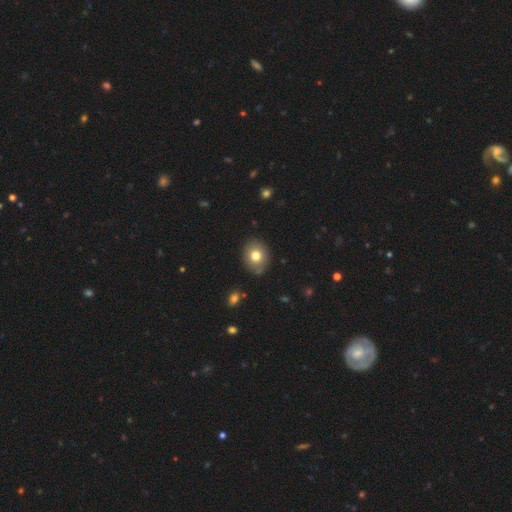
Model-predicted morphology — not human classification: Smooth or featured? smooth (77%)
How rounded? round (55%)
Merging? none (85%)